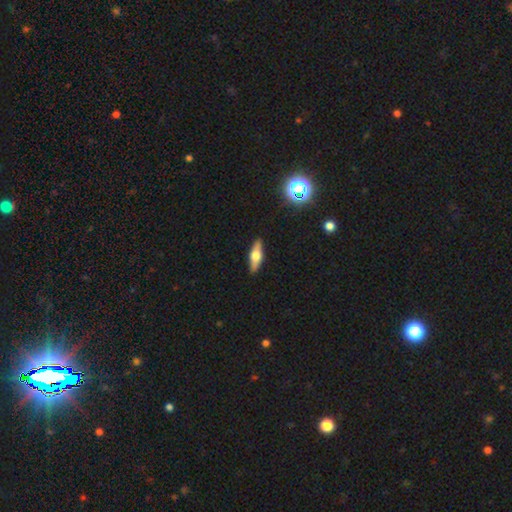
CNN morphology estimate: Q: Smooth or featured?
A: featured or disk (47%); runner-up: smooth (45%)
Q: Merging?
A: none (90%); runner-up: minor disturbance (7%)